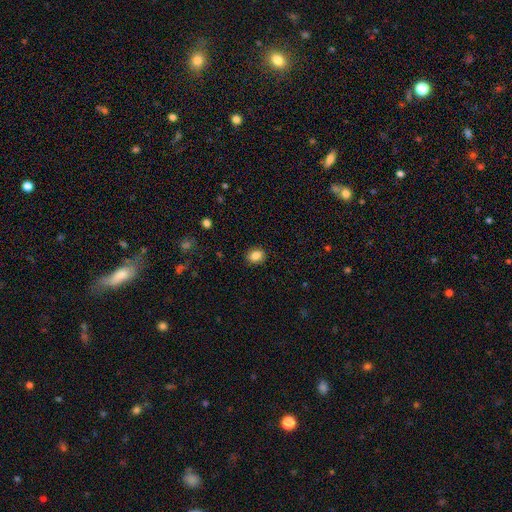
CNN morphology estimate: Smooth or featured? Predicted: smooth (p=0.85). How rounded? Predicted: in between (p=0.50). Merging? Predicted: none (p=0.88).